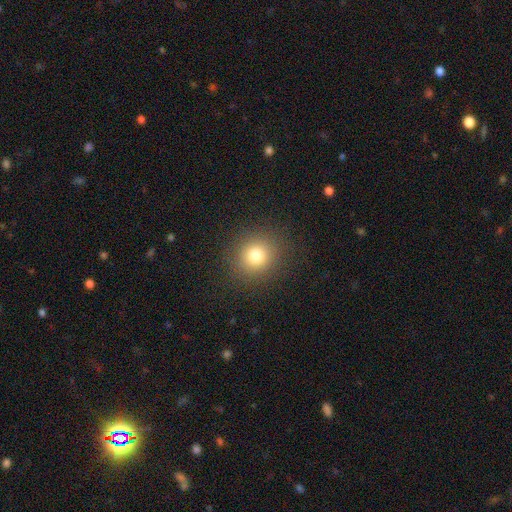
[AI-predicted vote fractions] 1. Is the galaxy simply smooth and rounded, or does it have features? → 78% smooth, 14% star or artifact, 8% featured or disk.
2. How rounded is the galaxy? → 86% round, 13% in between, 1% cigar-shaped.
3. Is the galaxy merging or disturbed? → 89% none, 7% minor disturbance, 3% major disturbance, 1% merger.